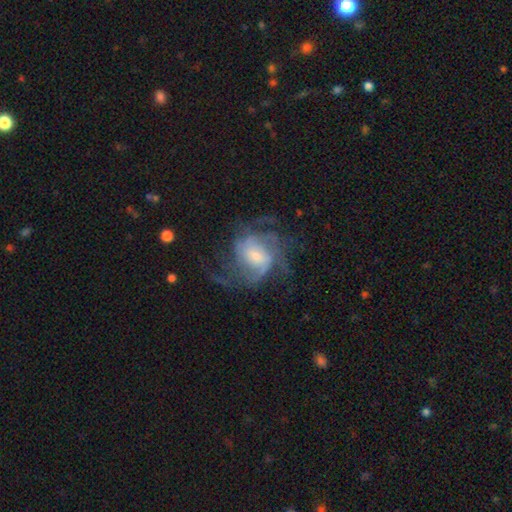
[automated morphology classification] type=featured or disk (83%); edge-on=no (98%); bar=no (49%); spiral arms=yes (93%); winding=medium (45%); arm count=can't tell (27%); bulge=small (51%); merging=none (57%).